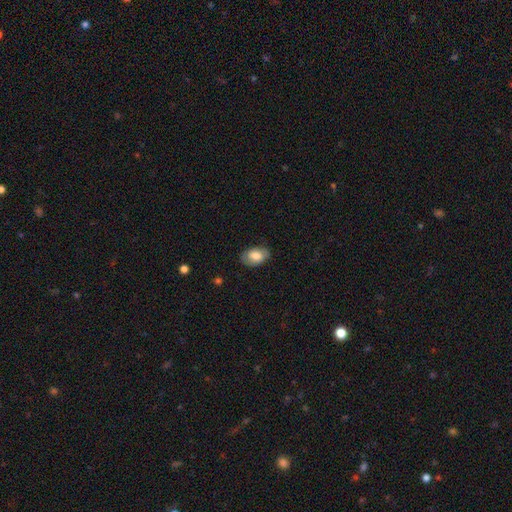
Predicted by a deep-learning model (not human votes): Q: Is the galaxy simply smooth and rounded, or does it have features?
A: smooth — 71%.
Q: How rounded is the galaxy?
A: in between — 90%.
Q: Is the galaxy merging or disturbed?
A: none — 77%.